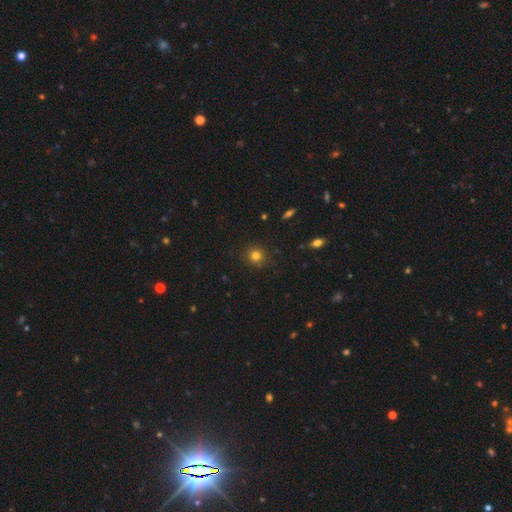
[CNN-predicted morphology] smooth 79%, star or artifact 15%, featured or disk 6%. Down the decision tree: how rounded — round (91%); merging — none (88%).